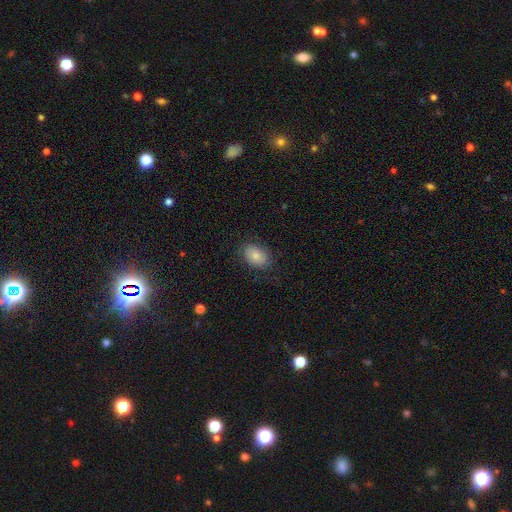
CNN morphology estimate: smooth-or-featured: smooth: 81% | featured or disk: 11% | star or artifact: 7%
  how-rounded: in between: 84% | round: 15% | cigar-shaped: 1%
  merging: none: 81% | minor disturbance: 14% | major disturbance: 4% | merger: 1%